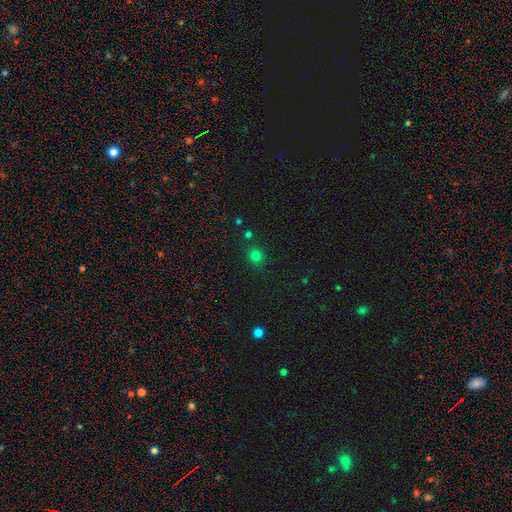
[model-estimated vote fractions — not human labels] Smooth or featured? Predicted: smooth (p=0.75). How rounded? Predicted: round (p=0.86). Merging? Predicted: none (p=0.84).